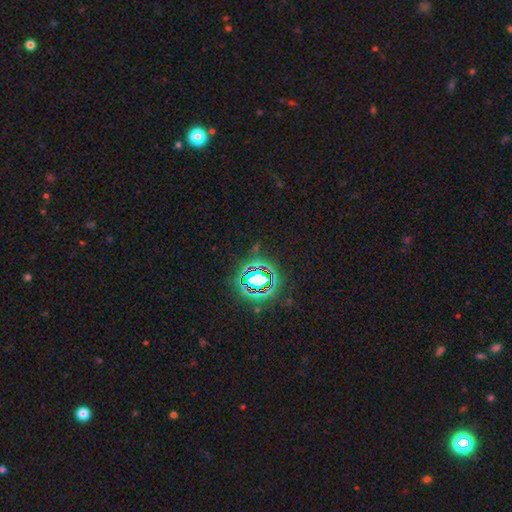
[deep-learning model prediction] Smooth or featured? star or artifact (76%)